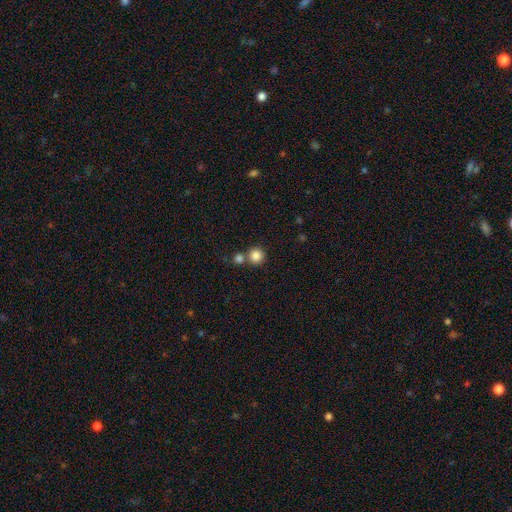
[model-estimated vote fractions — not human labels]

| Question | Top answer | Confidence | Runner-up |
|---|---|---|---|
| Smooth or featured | smooth | 85% | star or artifact (10%) |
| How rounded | round | 94% | in between (5%) |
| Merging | none | 68% | merger (24%) |